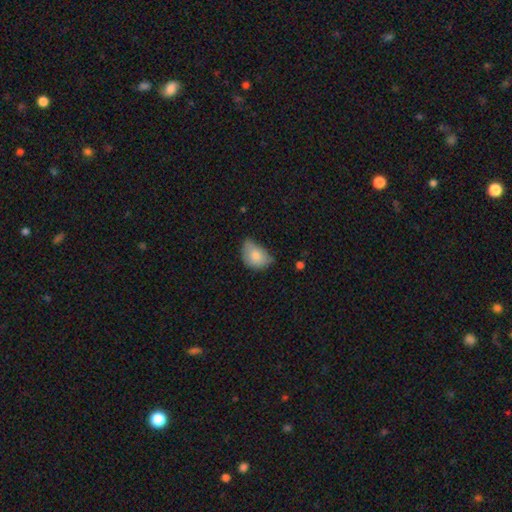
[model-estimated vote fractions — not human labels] A smooth galaxy with no disk features (78%) that is in between round and cigar-shaped (78%). Merging: minor disturbance (51%).